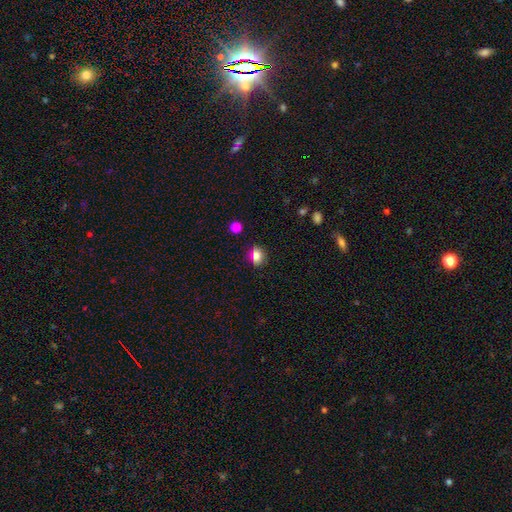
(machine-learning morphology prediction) A smooth galaxy with no disk features (78%) that is in between round and cigar-shaped (54%). Merging: none (83%).